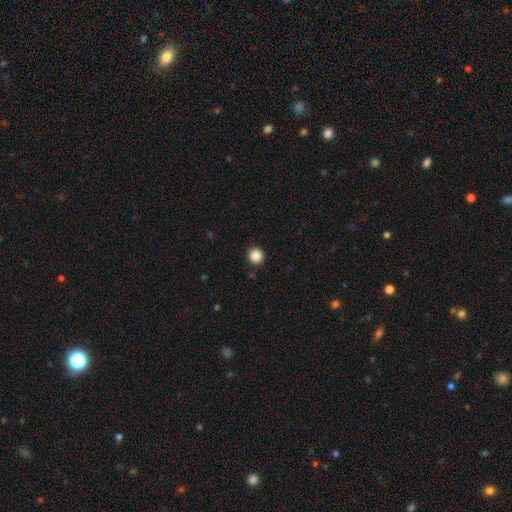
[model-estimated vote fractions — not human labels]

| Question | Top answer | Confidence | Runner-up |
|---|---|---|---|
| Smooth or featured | smooth | 87% | star or artifact (10%) |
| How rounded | round | 95% | in between (4%) |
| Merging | none | 92% | minor disturbance (5%) |